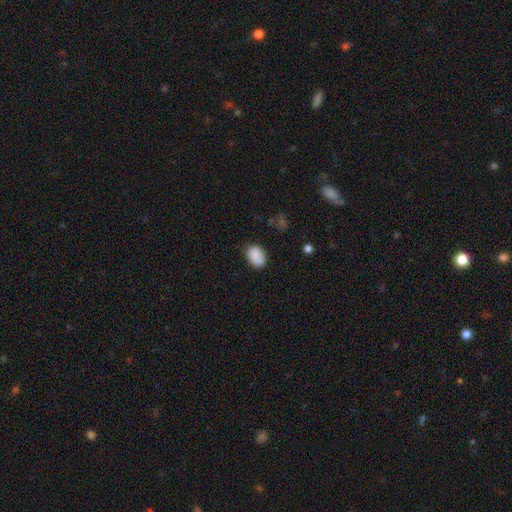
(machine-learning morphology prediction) Overall: smooth (84%). How rounded: in between (76%). Merging: none (77%).